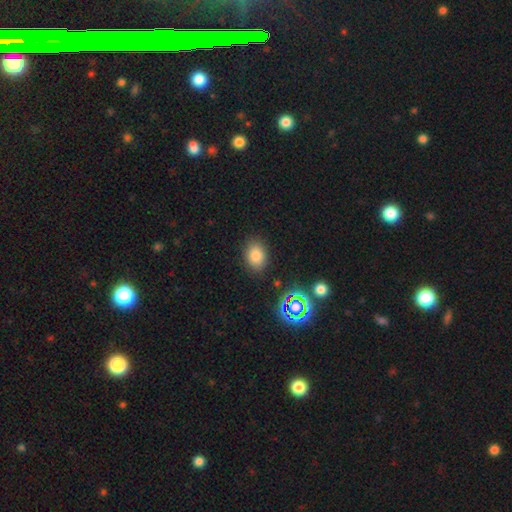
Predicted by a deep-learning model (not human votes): Smooth or featured? Predicted: smooth (p=0.80). How rounded? Predicted: in between (p=0.70). Merging? Predicted: none (p=0.86).